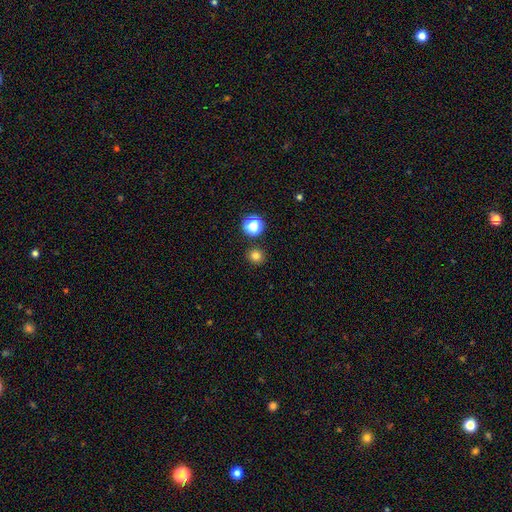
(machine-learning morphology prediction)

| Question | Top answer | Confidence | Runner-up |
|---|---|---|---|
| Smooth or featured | smooth | 79% | star or artifact (16%) |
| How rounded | round | 92% | in between (7%) |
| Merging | none | 89% | minor disturbance (5%) |